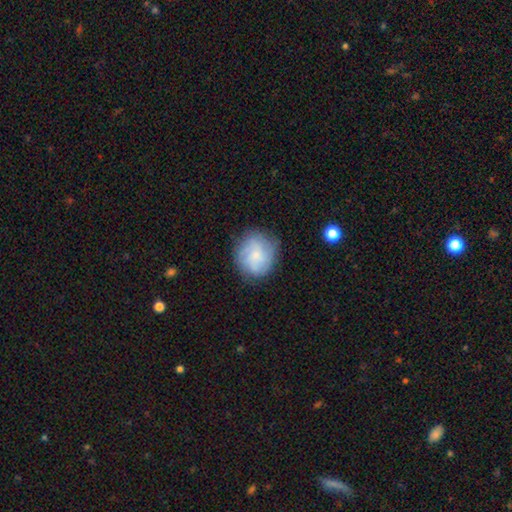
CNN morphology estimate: A featured or disk galaxy (46%). Merging: none (77%).